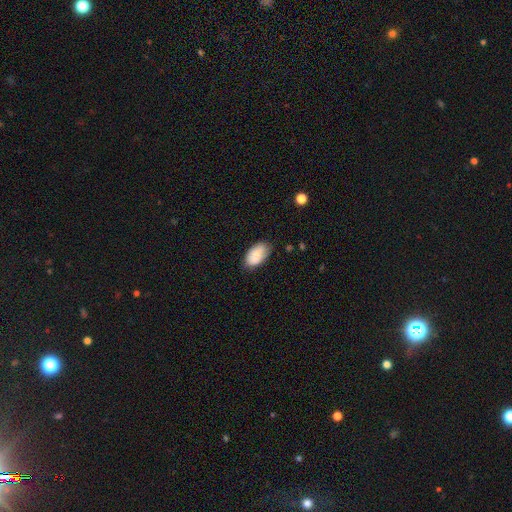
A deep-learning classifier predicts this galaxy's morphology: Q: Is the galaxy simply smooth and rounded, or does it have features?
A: smooth — 84%.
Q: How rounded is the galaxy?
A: in between — 94%.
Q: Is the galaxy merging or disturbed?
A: none — 74%.